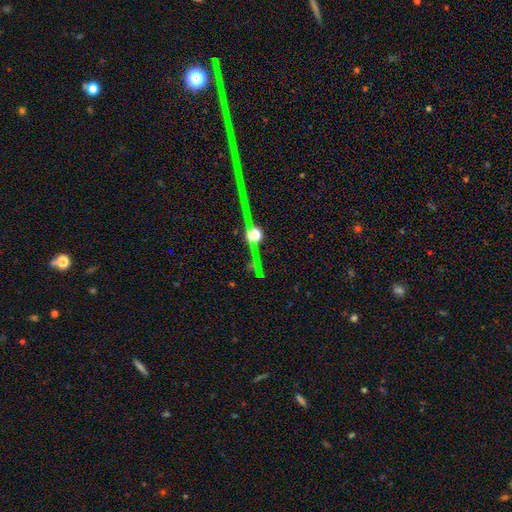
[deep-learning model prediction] Morphology: type=star or artifact (66%).